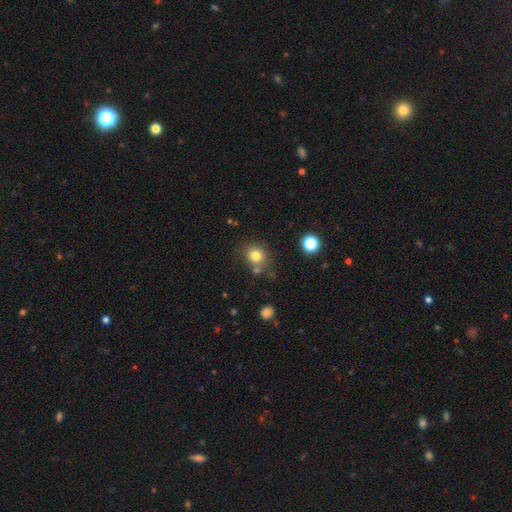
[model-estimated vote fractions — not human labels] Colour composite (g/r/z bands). It shows a smooth galaxy with no disk features (79%) that is round (78%). Merging: none (72%).